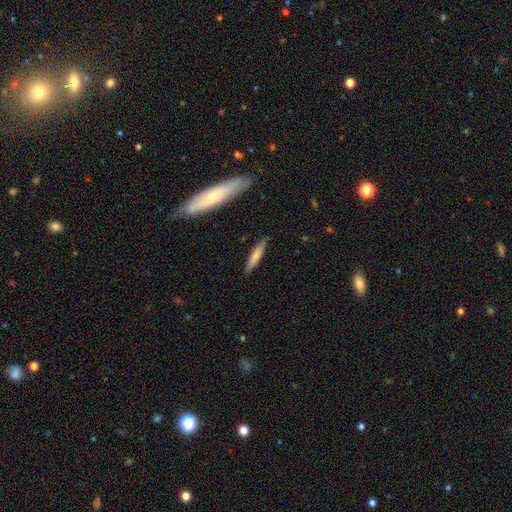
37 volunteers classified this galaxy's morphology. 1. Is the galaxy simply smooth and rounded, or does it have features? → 68% smooth, 32% featured or disk, 0% star or artifact.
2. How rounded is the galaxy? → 88% cigar-shaped, 8% in between, 4% round.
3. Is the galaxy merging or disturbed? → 78% none, 22% minor disturbance, 0% major disturbance, 0% merger.